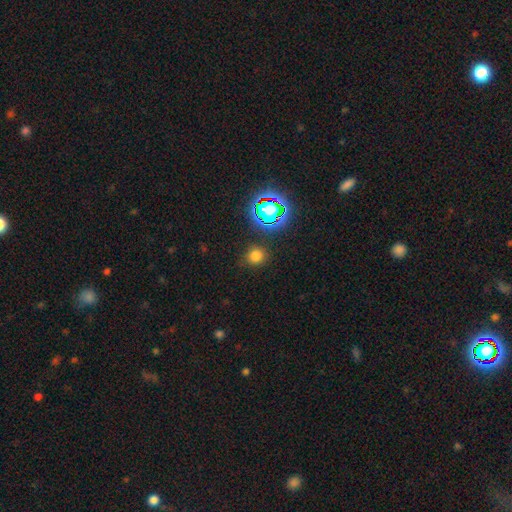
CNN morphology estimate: Smooth or featured?
  - smooth: 71% *
  - star or artifact: 23%
  - featured or disk: 6%
How rounded?
  - round: 87% *
  - in between: 12%
  - cigar-shaped: 1%
Merging?
  - none: 85% *
  - minor disturbance: 9%
  - major disturbance: 3%
  - merger: 2%